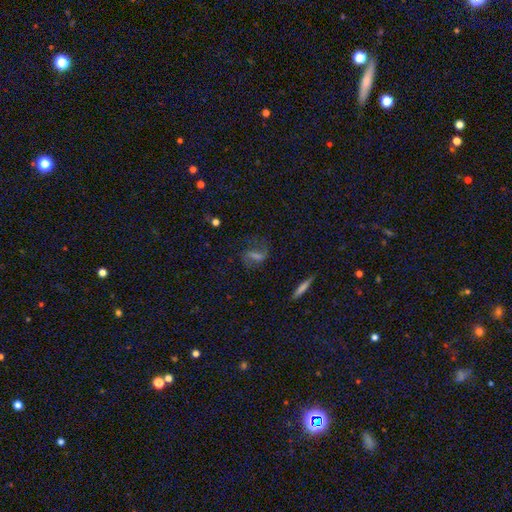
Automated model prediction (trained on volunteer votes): Smooth or featured? featured or disk (55%)
Edge-on disk? no (86%)
Merging? none (69%)